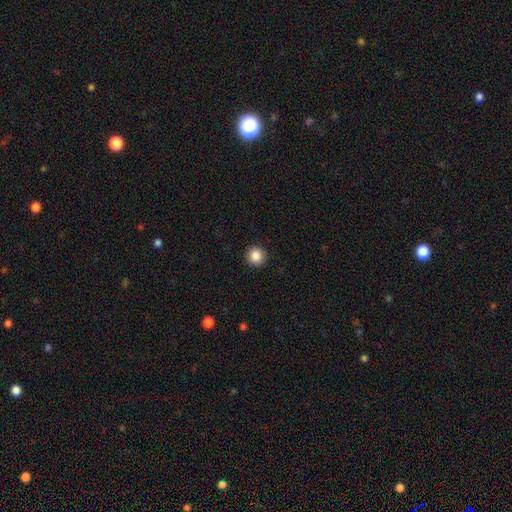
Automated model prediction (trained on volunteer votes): The model was most divided on "smooth or featured": smooth: 87%, star or artifact: 10%, featured or disk: 3%. More confident: how rounded — round (95%); merging — none (93%).